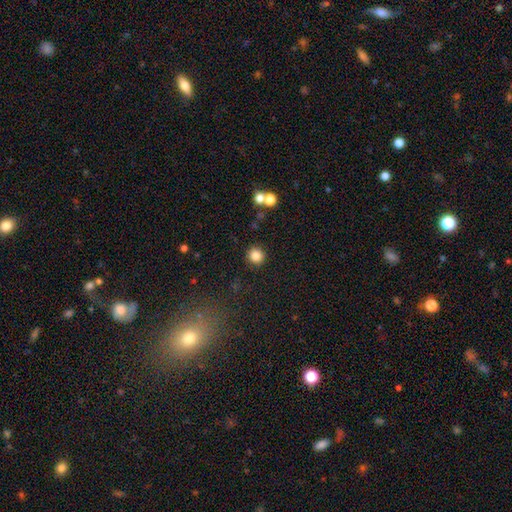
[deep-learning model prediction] Morphology: type=smooth (85%); roundness=round (92%); merging=none (89%).